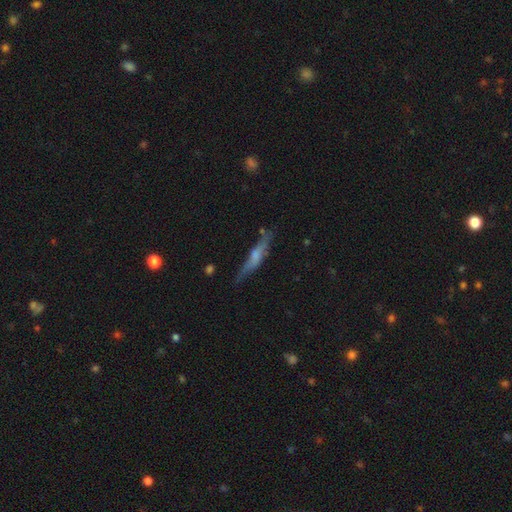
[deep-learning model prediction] The model was most divided on "smooth or featured": featured or disk: 51%, smooth: 41%, star or artifact: 8%. More confident: edge-on disk — yes (87%); merging — none (68%).